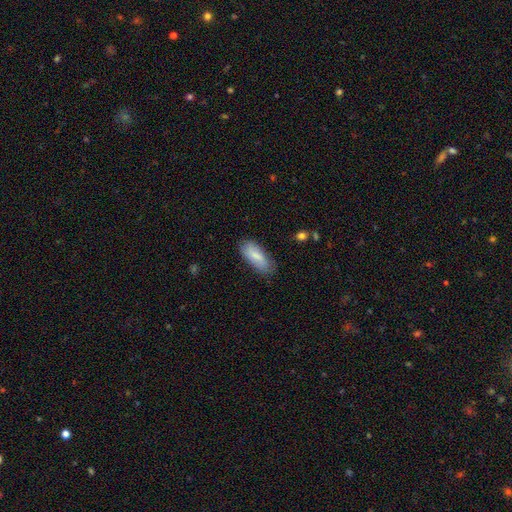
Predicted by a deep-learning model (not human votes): smooth 79%, featured or disk 15%, star or artifact 6%. Down the decision tree: how rounded — in between (79%); merging — none (78%).